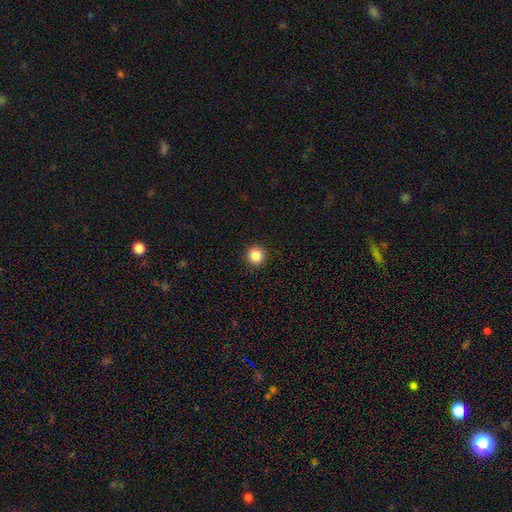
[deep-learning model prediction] smooth-or-featured: smooth: 85% | star or artifact: 11% | featured or disk: 4%
  how-rounded: round: 94% | in between: 5% | cigar-shaped: 1%
  merging: none: 93% | minor disturbance: 5% | major disturbance: 2% | merger: 1%